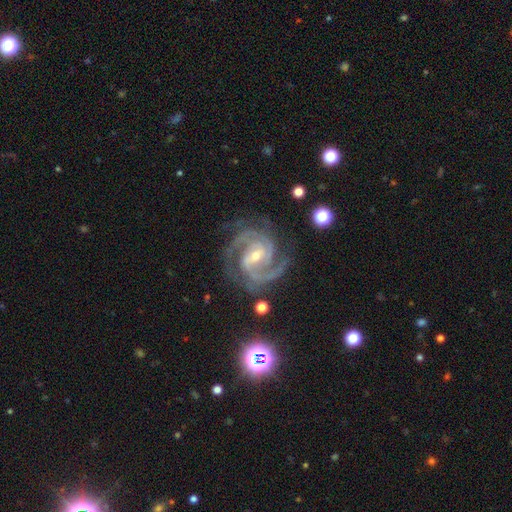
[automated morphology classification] smooth-or-featured: featured or disk: 92% | star or artifact: 5% | smooth: 2%
  disk-edge-on: no: 98% | yes: 2%
    bar: weak: 41% | strong: 32% | no: 27%
    has-spiral-arms: yes: 99% | no: 1%
      spiral-winding: tight: 50% | medium: 45% | loose: 5%
      spiral-arm-count: 2: 52% | 3: 29% | 4: 6% | can't tell: 5% | more than 4: 4% | 1: 4%
    bulge-size: small: 63% | moderate: 33% | large: 1% | none: 1% | dominant: 1%
  merging: none: 78% | minor disturbance: 14% | major disturbance: 6% | merger: 2%